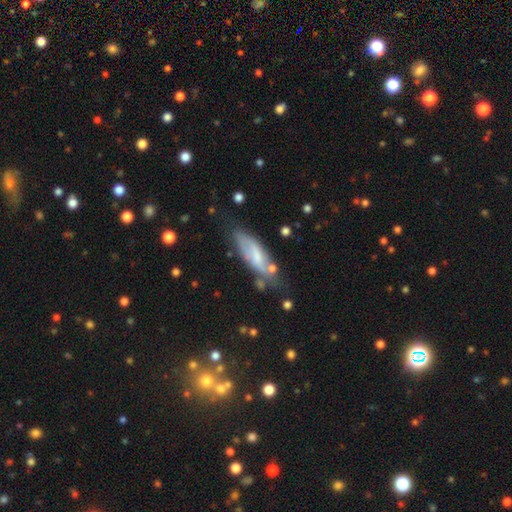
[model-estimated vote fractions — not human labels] The model was most divided on "smooth or featured": featured or disk: 48%, smooth: 45%, star or artifact: 7%. More confident: merging — none (53%).